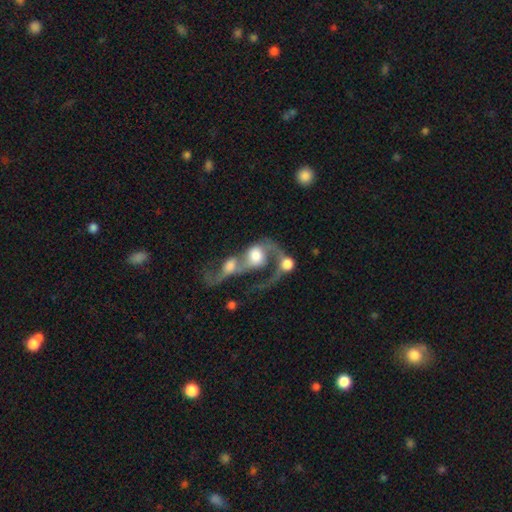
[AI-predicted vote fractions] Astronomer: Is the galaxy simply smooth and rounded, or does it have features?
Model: featured or disk — 60%.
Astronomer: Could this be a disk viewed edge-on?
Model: no — 94%.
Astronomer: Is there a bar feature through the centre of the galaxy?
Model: no — 72%.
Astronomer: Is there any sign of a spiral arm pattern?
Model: yes — 71%.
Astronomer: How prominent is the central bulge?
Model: large — 46% (runner-up: moderate, 31%).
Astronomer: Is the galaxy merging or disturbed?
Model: merger — 81%.